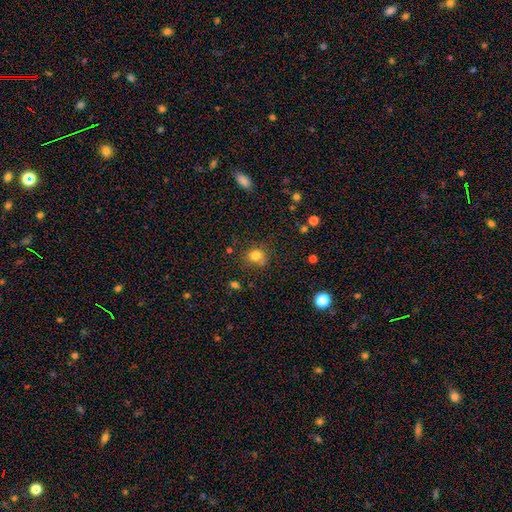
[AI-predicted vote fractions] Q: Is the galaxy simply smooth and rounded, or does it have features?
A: smooth — 80%.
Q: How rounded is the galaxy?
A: round — 77%.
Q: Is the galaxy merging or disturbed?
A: none — 67%.